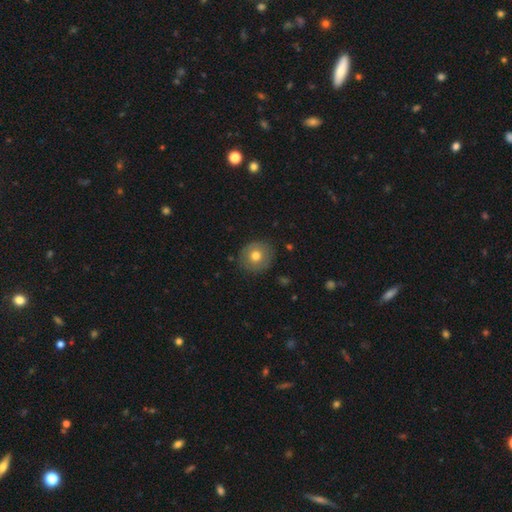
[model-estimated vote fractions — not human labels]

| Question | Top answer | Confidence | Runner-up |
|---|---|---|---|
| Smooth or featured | smooth | 70% | featured or disk (21%) |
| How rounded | round | 87% | in between (12%) |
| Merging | none | 87% | minor disturbance (9%) |